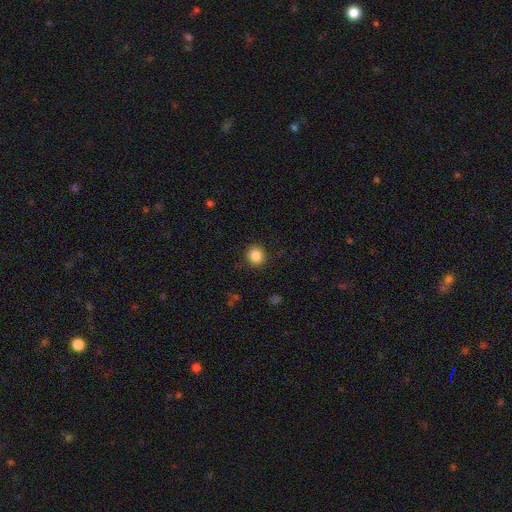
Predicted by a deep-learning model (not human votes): Smooth or featured?
  - smooth: 86% *
  - star or artifact: 10%
  - featured or disk: 4%
How rounded?
  - round: 87% *
  - in between: 12%
  - cigar-shaped: 1%
Merging?
  - none: 89% *
  - minor disturbance: 8%
  - major disturbance: 3%
  - merger: 1%